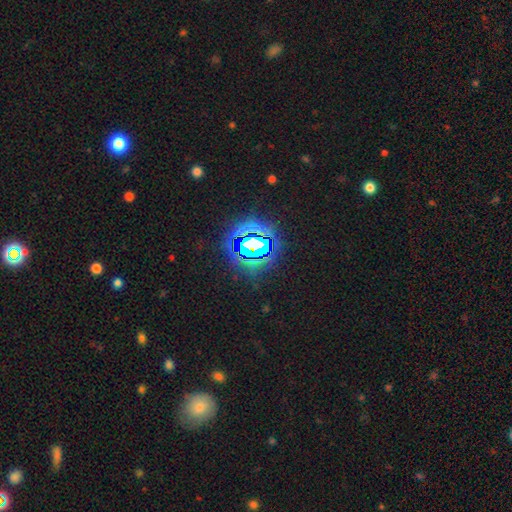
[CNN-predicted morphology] This appears to be a star or artifact, not a galaxy (81%).